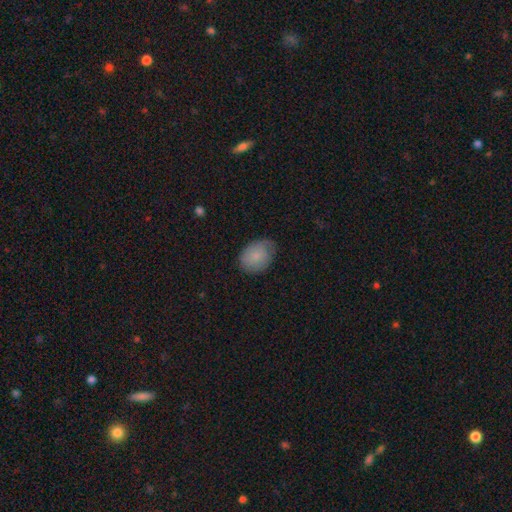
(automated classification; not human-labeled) The model was most divided on "merging": none: 63%, minor disturbance: 29%, major disturbance: 6%, merger: 1%. More confident: smooth or featured — smooth (80%); how rounded — in between (71%).